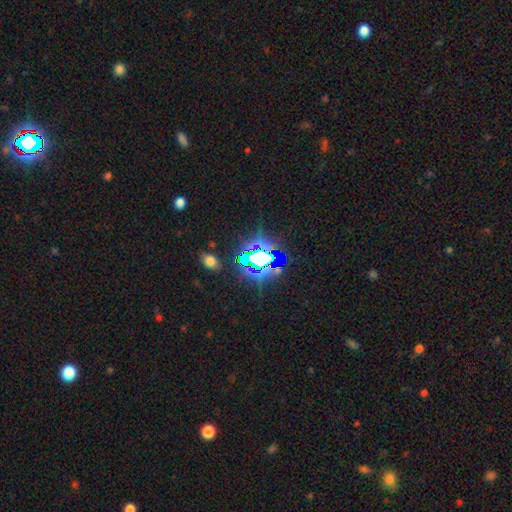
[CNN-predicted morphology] This is likely a star or artifact rather than a galaxy (69%).